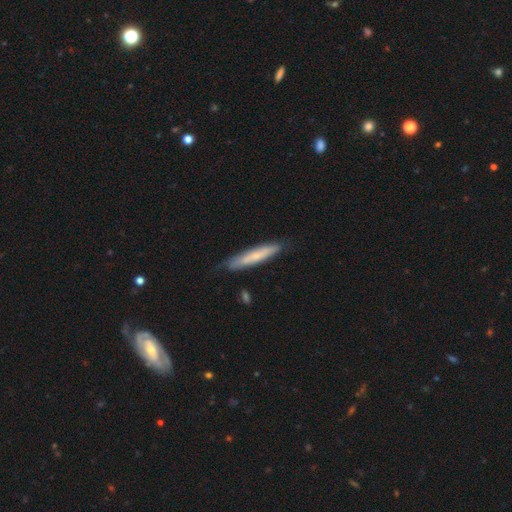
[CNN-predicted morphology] Overall: smooth (60%; featured or disk 34%). How rounded: cigar-shaped (91%). Merging: none (80%).